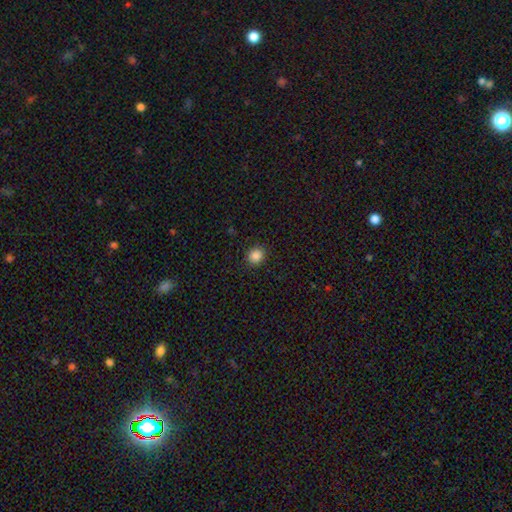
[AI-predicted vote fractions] smooth-or-featured: smooth: 86% | star or artifact: 11% | featured or disk: 3%
  how-rounded: round: 84% | in between: 15% | cigar-shaped: 1%
  merging: none: 91% | minor disturbance: 6% | major disturbance: 2% | merger: 1%